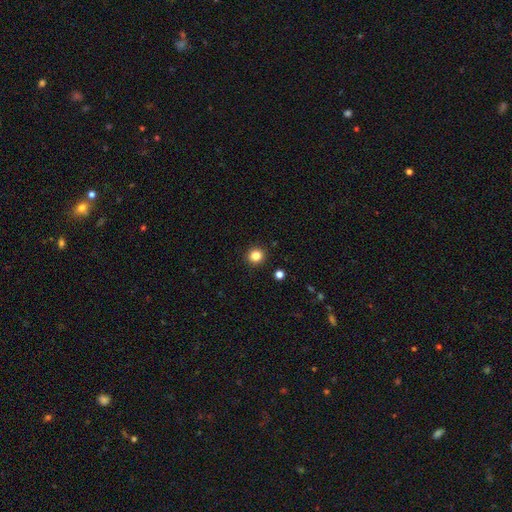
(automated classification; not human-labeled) smooth-or-featured: smooth: 84% | star or artifact: 12% | featured or disk: 4%
  how-rounded: round: 93% | in between: 6% | cigar-shaped: 1%
  merging: none: 92% | minor disturbance: 5% | major disturbance: 2% | merger: 1%